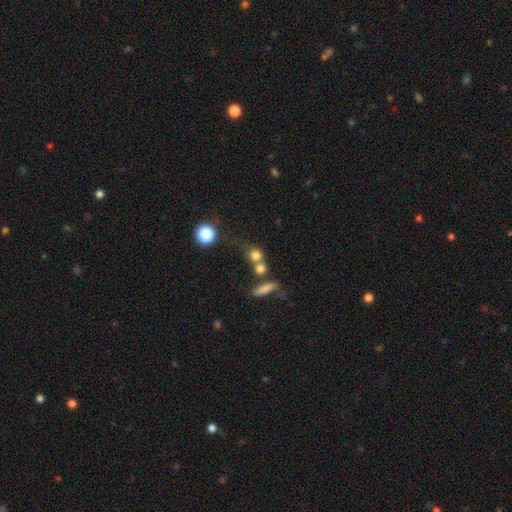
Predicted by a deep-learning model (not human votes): smooth_or_featured: smooth (p=0.76) [alt: star or artifact p=0.14]
how_rounded: round (p=0.77) [alt: in between p=0.20]
merging: none (p=0.43) [alt: merger p=0.41]